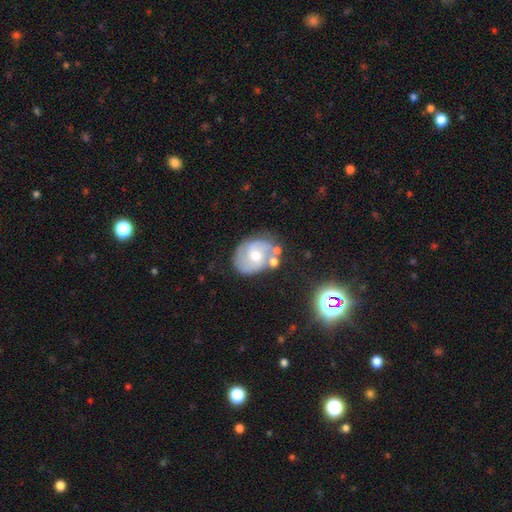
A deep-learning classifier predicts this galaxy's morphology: Smooth or featured? featured or disk (66%)
Edge-on disk? no (96%)
Bar? no (54%)
Spiral arms? yes (81%)
Spiral winding? medium (47%)
Spiral arm count? 2 (75%)
Bulge size? moderate (64%)
Merging? none (61%)